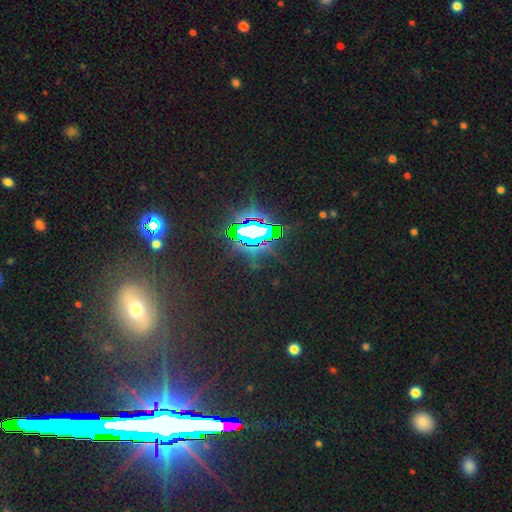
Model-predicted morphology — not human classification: A star or artifact, not a galaxy (75%).

Vote fractions:
- Smooth or featured? star or artifact: 75% / featured or disk: 12% / smooth: 12%